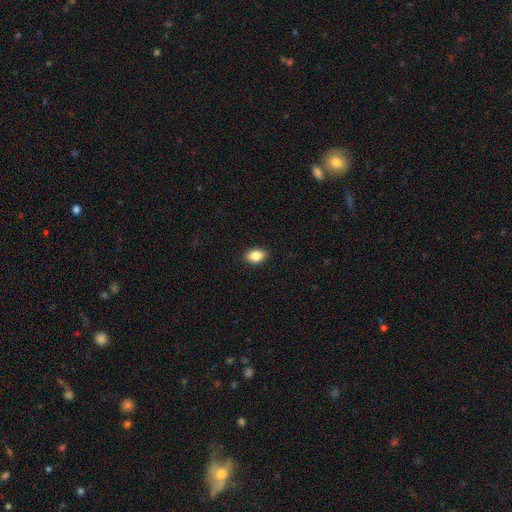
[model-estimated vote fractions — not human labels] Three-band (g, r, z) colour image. It shows a smooth galaxy with no disk features (87%) that is in between round and cigar-shaped (87%). Merging: none (90%).